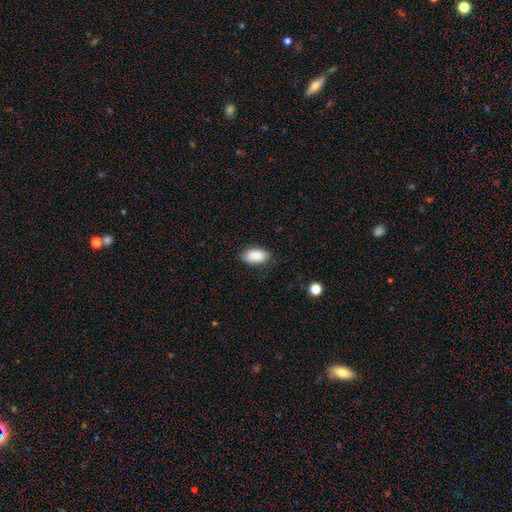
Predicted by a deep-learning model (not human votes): Morphology: type=smooth (87%); roundness=in between (93%); merging=none (79%).